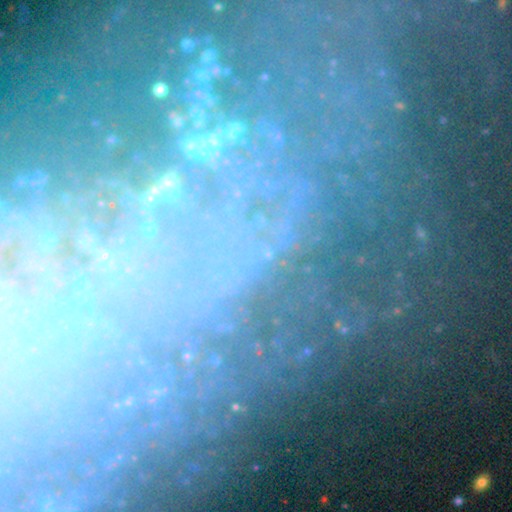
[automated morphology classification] Q: Smooth or featured?
A: star or artifact (53%); runner-up: featured or disk (33%)